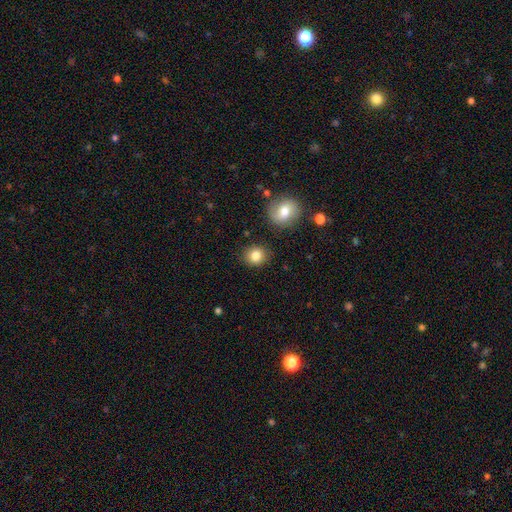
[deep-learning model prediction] Morphology: type=smooth (83%); roundness=round (75%); merging=none (86%).